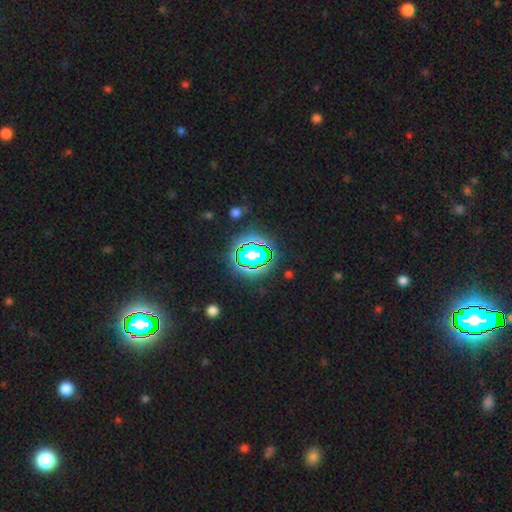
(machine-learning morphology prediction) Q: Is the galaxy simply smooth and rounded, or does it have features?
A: star or artifact — 77%.